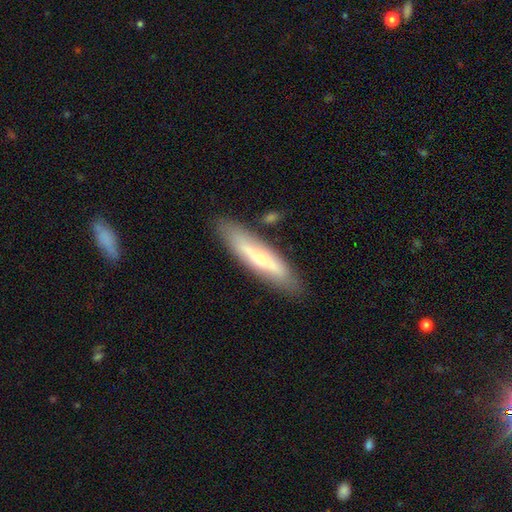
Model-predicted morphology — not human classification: featured or disk 53%, smooth 41%, star or artifact 6%. Down the decision tree: edge-on disk — yes (63%); merging — none (82%).